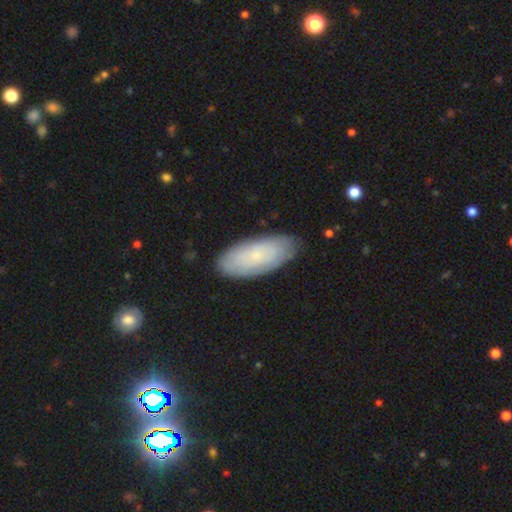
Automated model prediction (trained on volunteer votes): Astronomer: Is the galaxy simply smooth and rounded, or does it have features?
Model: smooth — 63%.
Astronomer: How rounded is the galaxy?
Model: in between — 85%.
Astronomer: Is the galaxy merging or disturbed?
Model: none — 82%.